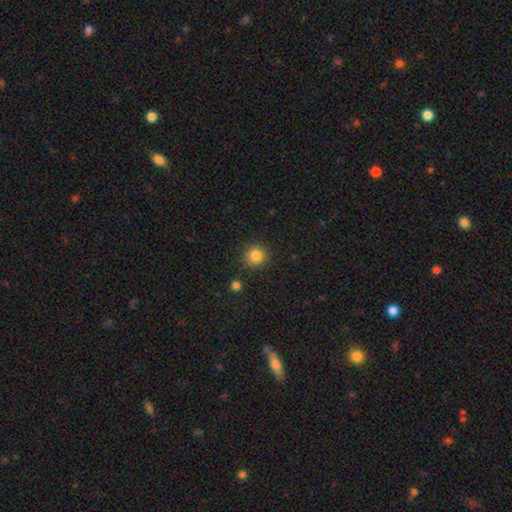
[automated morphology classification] type=smooth (84%); roundness=round (92%); merging=none (89%).